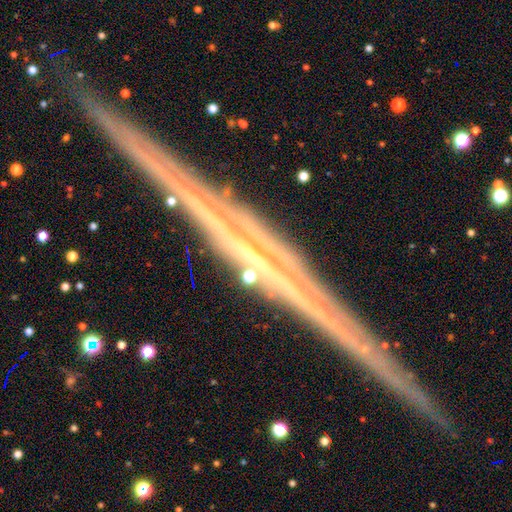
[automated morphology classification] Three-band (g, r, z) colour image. It shows a featured or disk galaxy (77%) viewed edge-on (98%) with a rounded central bulge (41%). Merging: none (92%).